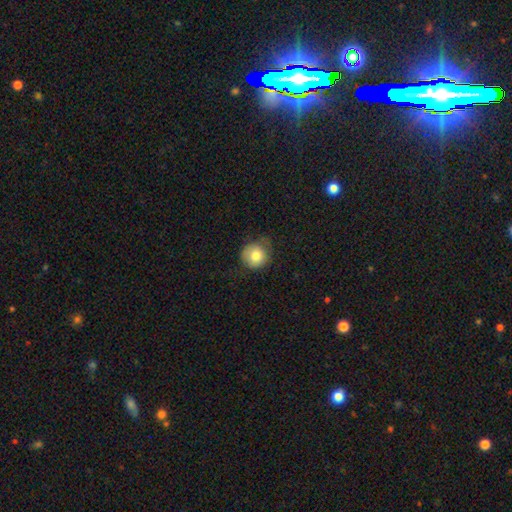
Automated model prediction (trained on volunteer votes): smooth 79%, featured or disk 12%, star or artifact 9%. Down the decision tree: how rounded — round (90%); merging — none (66%).